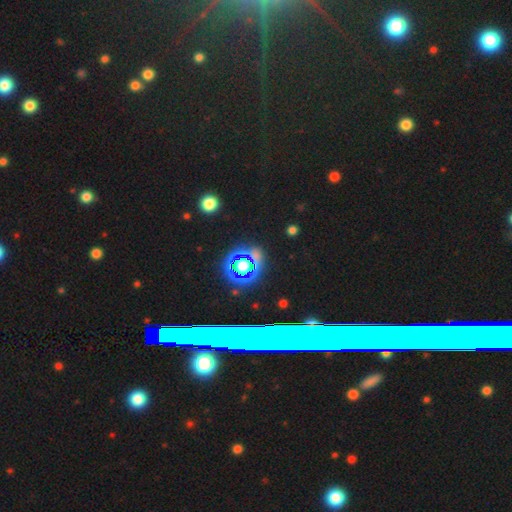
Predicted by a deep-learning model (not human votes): A star or artifact, not a galaxy (60%).